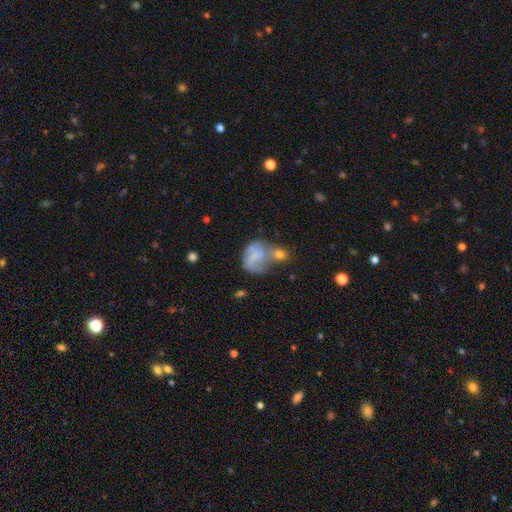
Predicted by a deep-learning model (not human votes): Smooth or featured? Predicted: smooth (p=0.48). Merging? Predicted: merger (p=0.42).